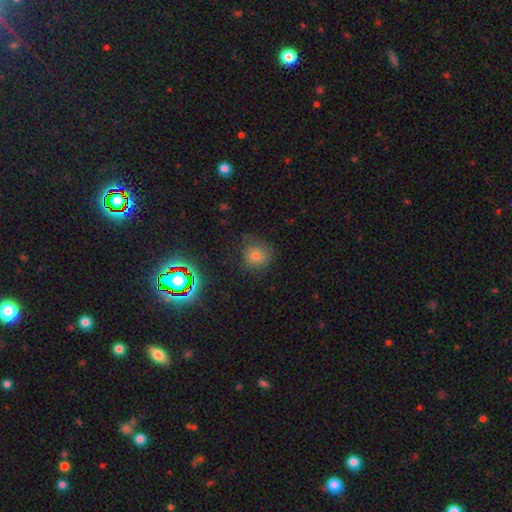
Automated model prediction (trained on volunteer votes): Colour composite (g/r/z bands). It shows a smooth galaxy with no disk features (68%) that is round (84%). Merging: none (66%).